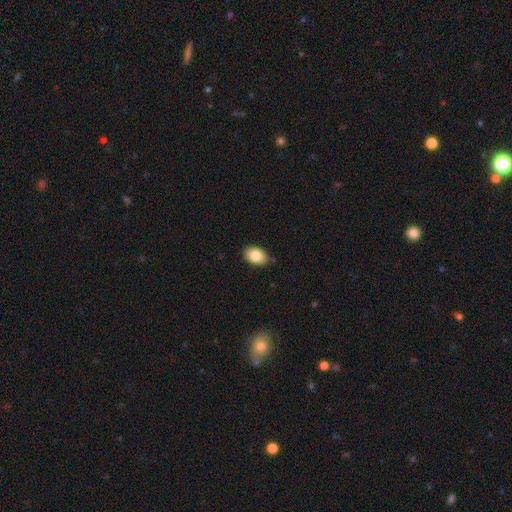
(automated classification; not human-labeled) The model was most divided on "how rounded": in between: 81%, round: 18%, cigar-shaped: 1%. More confident: smooth or featured — smooth (83%); merging — none (81%).